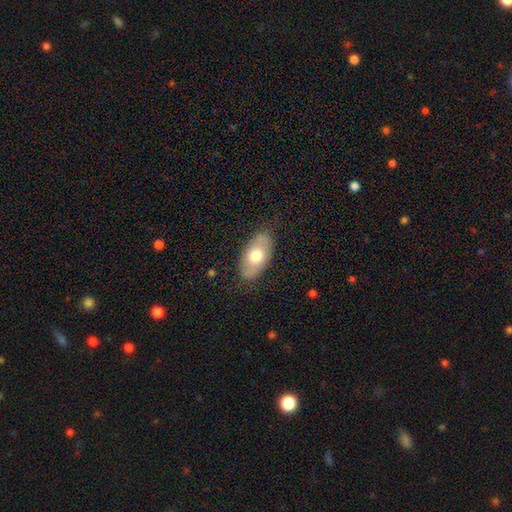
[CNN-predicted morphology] Q: Smooth or featured?
A: smooth (62%); runner-up: featured or disk (32%)
Q: How rounded?
A: in between (93%); runner-up: round (4%)
Q: Merging?
A: none (81%); runner-up: minor disturbance (14%)